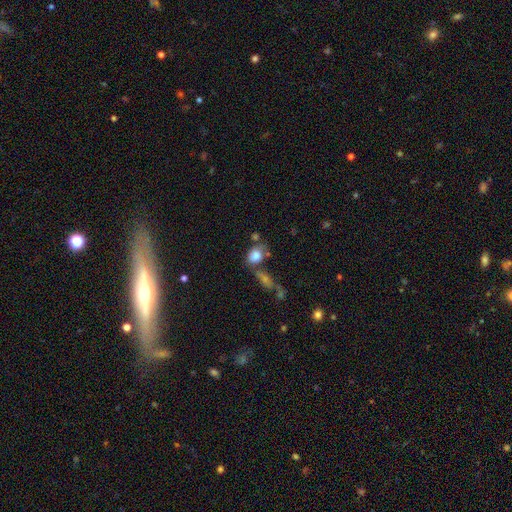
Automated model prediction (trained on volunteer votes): Morphology: type=smooth (81%); roundness=in between (68%); merging=none (49%).